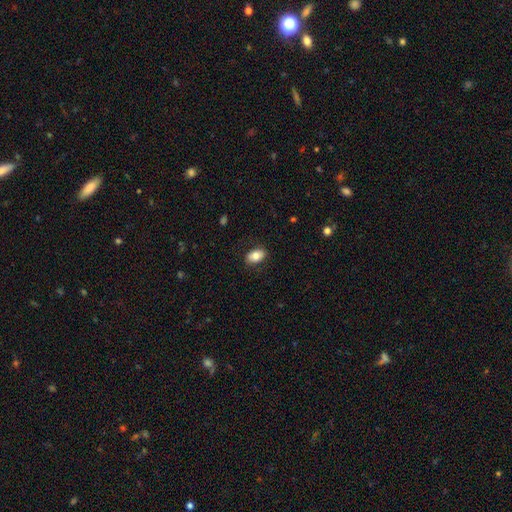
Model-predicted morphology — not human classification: The model was most divided on "smooth or featured": smooth: 78%, featured or disk: 14%, star or artifact: 8%. More confident: how rounded — in between (88%); merging — none (86%).